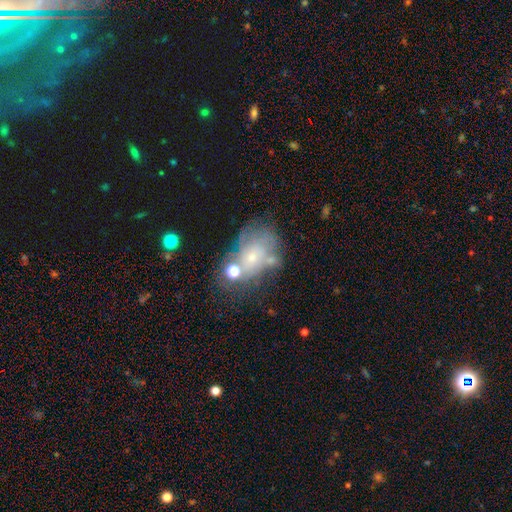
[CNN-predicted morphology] The model was most divided on "smooth or featured": featured or disk: 49%, smooth: 31%, star or artifact: 20%. Remaining: merging — none (48%).